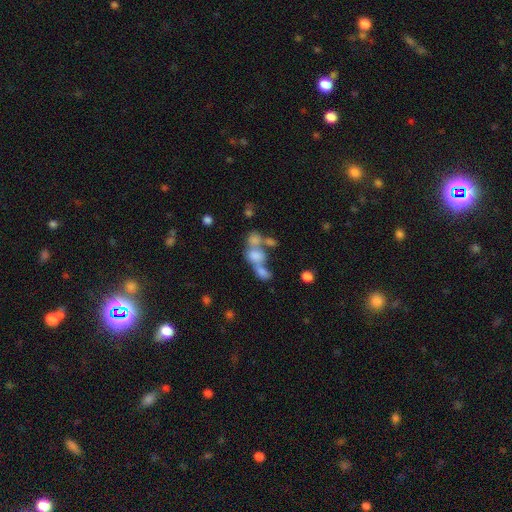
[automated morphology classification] Smooth or featured? smooth (61%)
How rounded? in between (63%)
Merging? merger (61%)